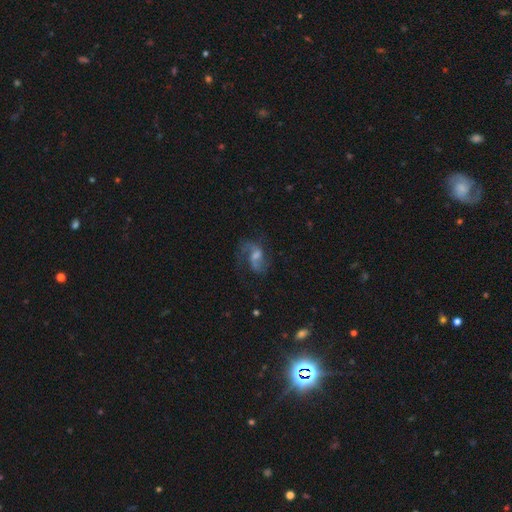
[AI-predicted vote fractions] A featured or disk galaxy (74%) with a weak bar (51%), 2 (78%) loose (54%) spiral arms (90%) and a moderate central bulge (38%).

Vote fractions:
- Smooth or featured? featured or disk: 74% / smooth: 17% / star or artifact: 9%
- Edge-on disk? no: 97% / yes: 3%
- Bar? weak: 51% / no: 36% / strong: 13%
- Spiral arms? yes: 90% / no: 10%
- Spiral winding? loose: 54% / medium: 38% / tight: 8%
- Spiral arm count? 2: 78% / 1: 12% / can't tell: 6% / 3: 2% / 4: 1% / more than 4: 1%
- Bulge size? moderate: 38% / small: 34% / none: 17% / large: 9% / dominant: 2%
- Merging? none: 53% / major disturbance: 24% / minor disturbance: 19% / merger: 3%